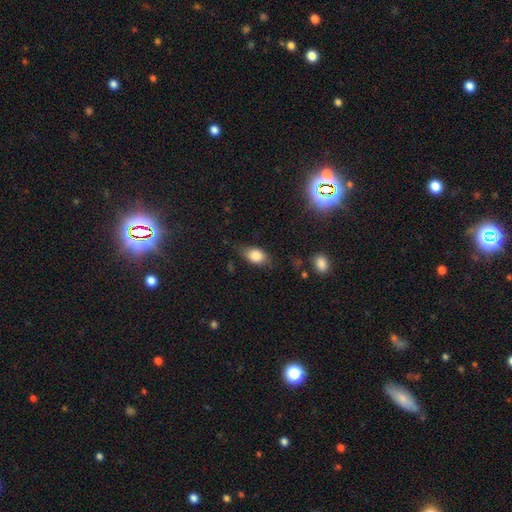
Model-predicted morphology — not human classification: A smooth galaxy with no disk features (79%) that is in between round and cigar-shaped (80%). Merging: none (64%).